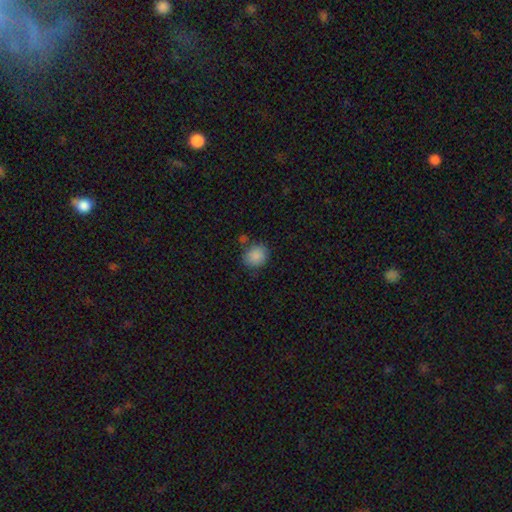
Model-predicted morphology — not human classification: This is clearly a smooth galaxy (87%). How rounded: likely round (70%). Merging: likely none (73%).